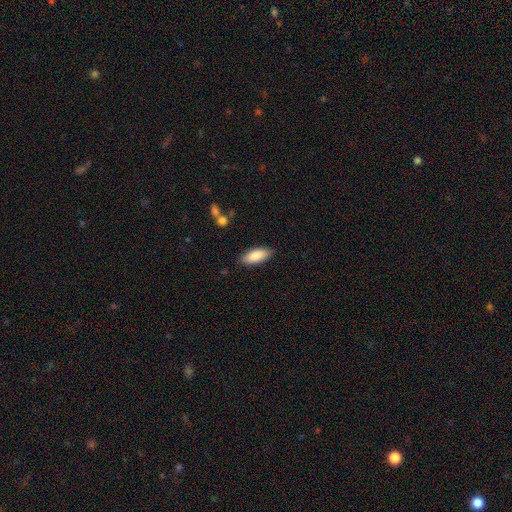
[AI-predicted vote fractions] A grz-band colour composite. It shows a smooth galaxy with no disk features (87%) that is in between round and cigar-shaped (77%). Merging: none (85%).